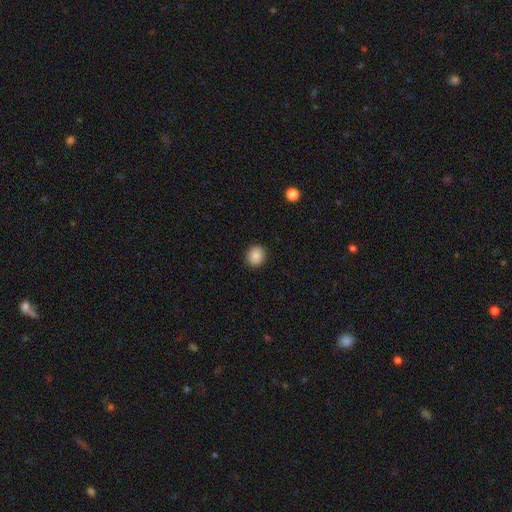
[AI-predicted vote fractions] smooth-or-featured: smooth: 87% | star or artifact: 9% | featured or disk: 4%
  how-rounded: round: 82% | in between: 17% | cigar-shaped: 1%
  merging: none: 91% | minor disturbance: 6% | major disturbance: 2% | merger: 1%